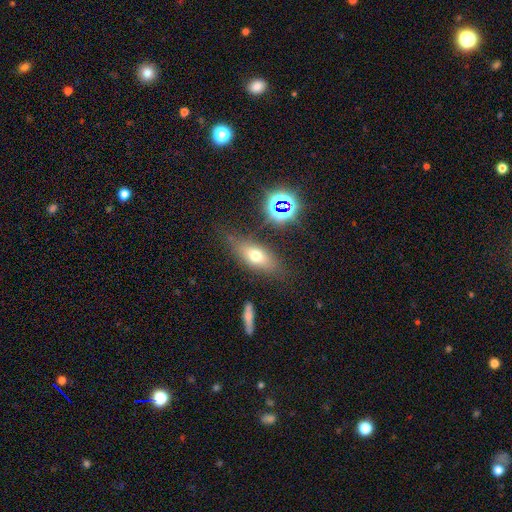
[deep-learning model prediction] Smooth or featured? Predicted: smooth (p=0.63). How rounded? Predicted: in between (p=0.73). Merging? Predicted: none (p=0.71).